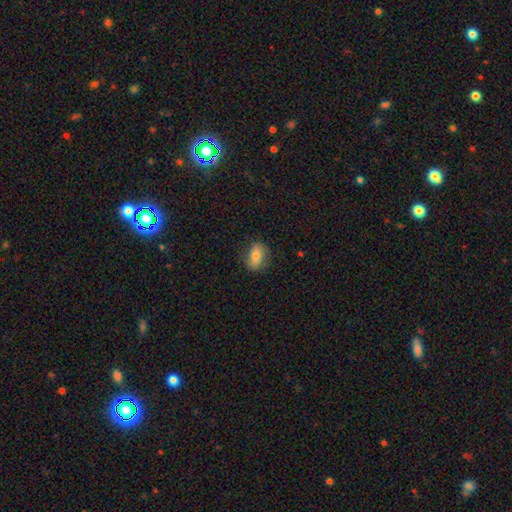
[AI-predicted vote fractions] A smooth galaxy with no disk features (76%) that is in between round and cigar-shaped (77%).

Vote fractions:
- Smooth or featured? smooth: 76% / featured or disk: 16% / star or artifact: 8%
- How rounded? in between: 77% / round: 21% / cigar-shaped: 2%
- Merging? none: 80% / minor disturbance: 16% / major disturbance: 4% / merger: 1%